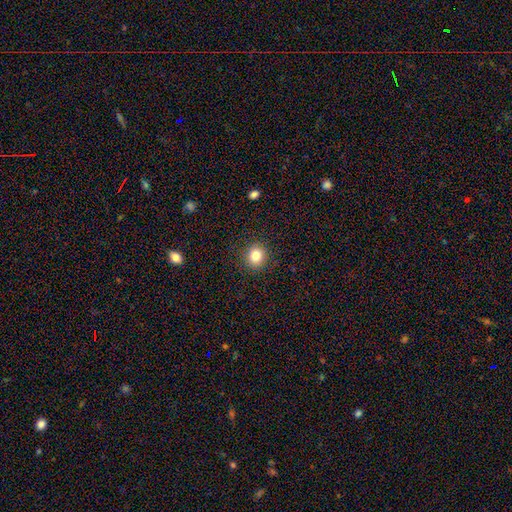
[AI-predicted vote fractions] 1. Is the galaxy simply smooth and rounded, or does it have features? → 83% smooth, 11% star or artifact, 6% featured or disk.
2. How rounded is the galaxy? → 84% round, 15% in between, 1% cigar-shaped.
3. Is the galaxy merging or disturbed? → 91% none, 6% minor disturbance, 2% major disturbance, 1% merger.